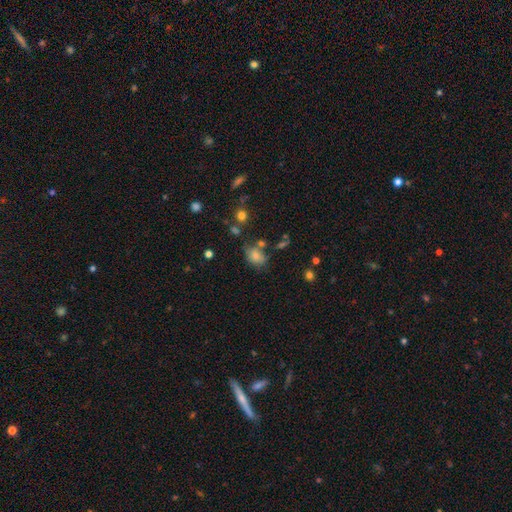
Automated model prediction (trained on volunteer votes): smooth_or_featured: smooth (p=0.75) [alt: star or artifact p=0.13]
how_rounded: in between (p=0.71) [alt: round p=0.27]
merging: none (p=0.50) [alt: minor disturbance p=0.25]